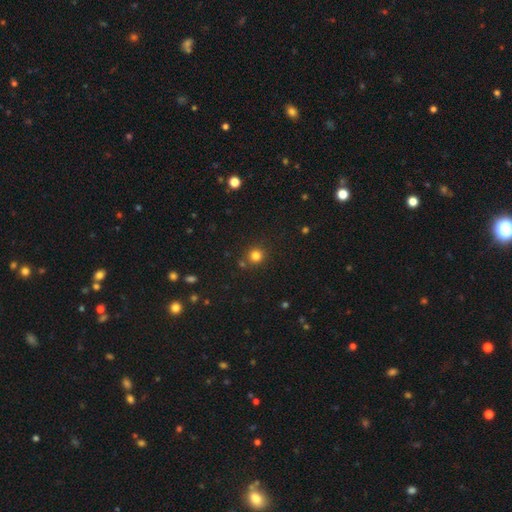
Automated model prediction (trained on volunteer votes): smooth-or-featured: smooth: 80% | star or artifact: 15% | featured or disk: 5%
  how-rounded: round: 92% | in between: 7% | cigar-shaped: 1%
  merging: none: 83% | minor disturbance: 8% | merger: 7% | major disturbance: 2%